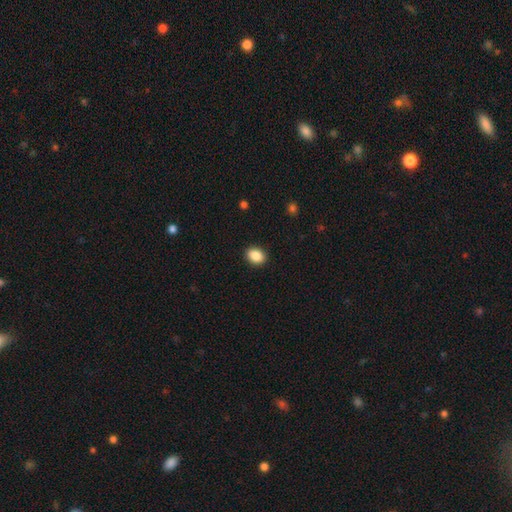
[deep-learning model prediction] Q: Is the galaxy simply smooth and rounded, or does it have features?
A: smooth — 88%.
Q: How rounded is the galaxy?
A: in between — 64%.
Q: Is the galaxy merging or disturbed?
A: none — 91%.